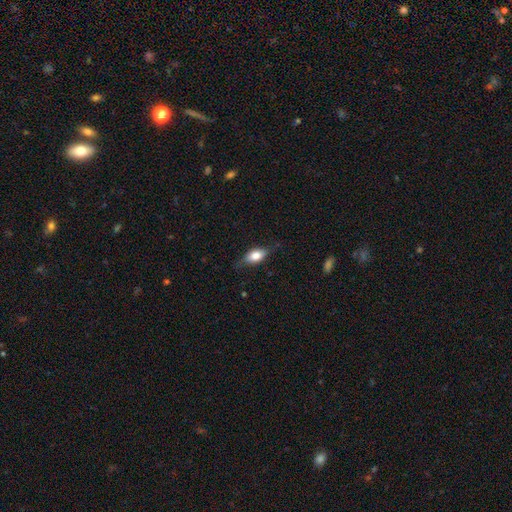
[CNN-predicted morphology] A smooth galaxy with no disk features (72%) that is in between round and cigar-shaped (84%). Merging: none (71%).